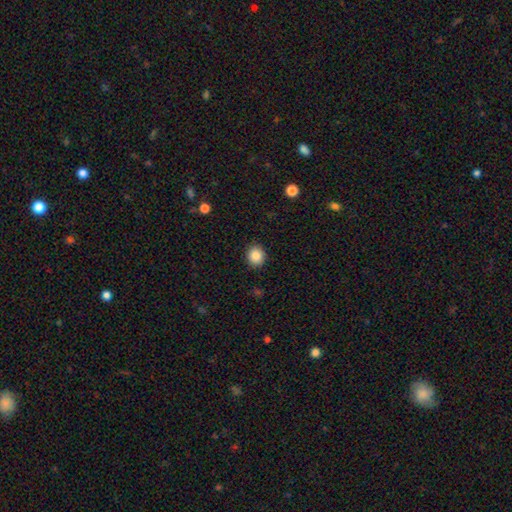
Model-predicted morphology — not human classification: A smooth galaxy with no disk features (87%) that is round (79%). Merging: none (90%).